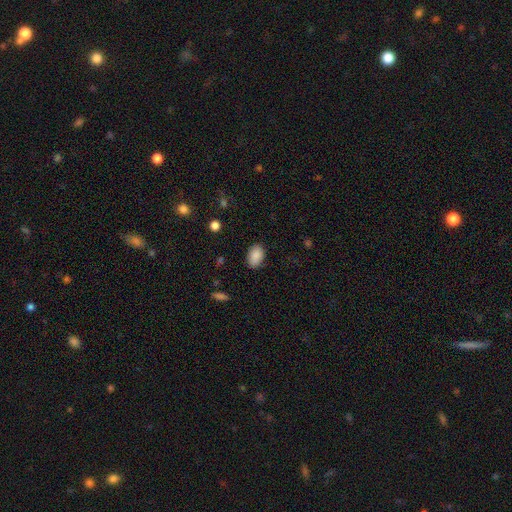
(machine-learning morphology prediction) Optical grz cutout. It shows a smooth galaxy with no disk features (89%) that is in between round and cigar-shaped (89%). Merging: none (86%).